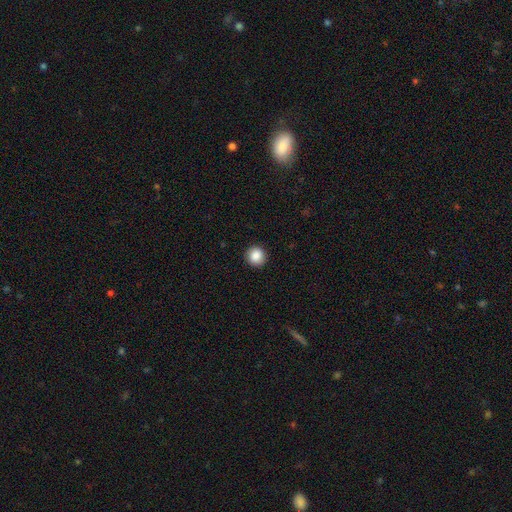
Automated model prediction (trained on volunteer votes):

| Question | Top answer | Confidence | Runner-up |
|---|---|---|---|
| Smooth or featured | smooth | 88% | star or artifact (9%) |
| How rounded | round | 93% | in between (6%) |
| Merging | none | 92% | minor disturbance (5%) |